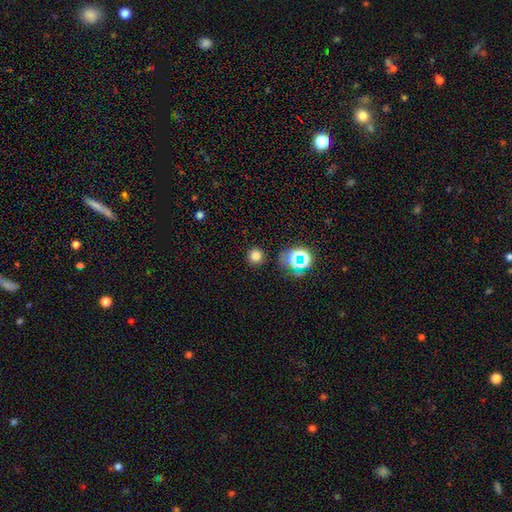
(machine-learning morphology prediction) smooth-or-featured: smooth: 74% | star or artifact: 20% | featured or disk: 5%
  how-rounded: round: 93% | in between: 6% | cigar-shaped: 1%
  merging: none: 88% | minor disturbance: 7% | major disturbance: 3% | merger: 2%